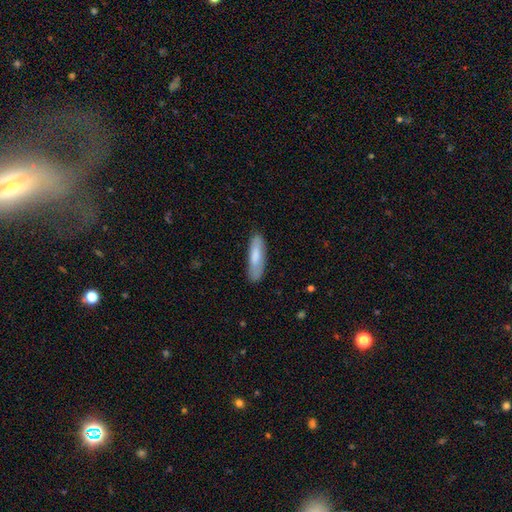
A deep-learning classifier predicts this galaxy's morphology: Smooth or featured: smooth — 77% (featured or disk — 17%)
How rounded: cigar-shaped — 64% (in between — 34%)
Merging: none — 81% (minor disturbance — 14%)